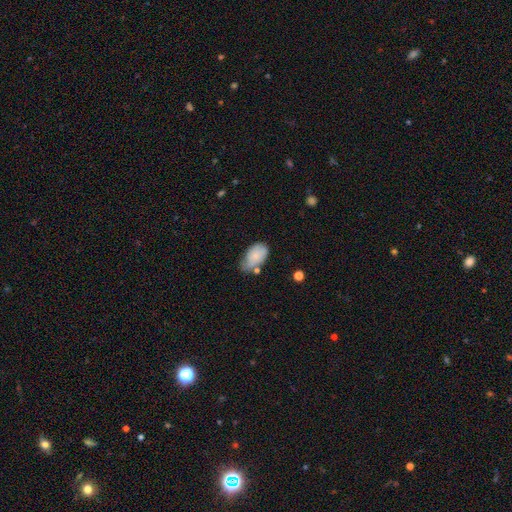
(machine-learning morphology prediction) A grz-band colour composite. It shows a smooth galaxy with no disk features (76%) that is in between round and cigar-shaped (93%). Merging: none (47%).